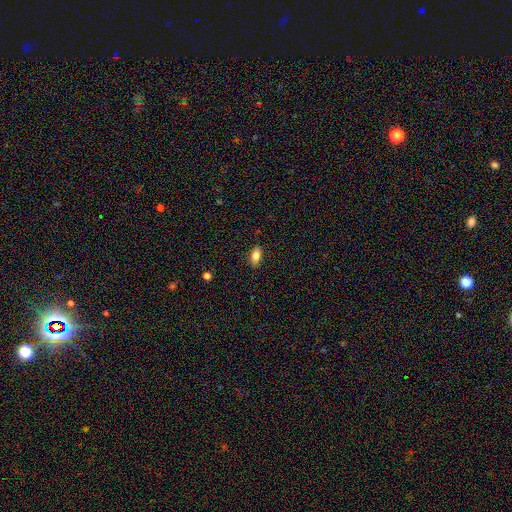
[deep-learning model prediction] This is likely a smooth galaxy (78%). How rounded: clearly in between (83%). Merging: clearly none (87%).